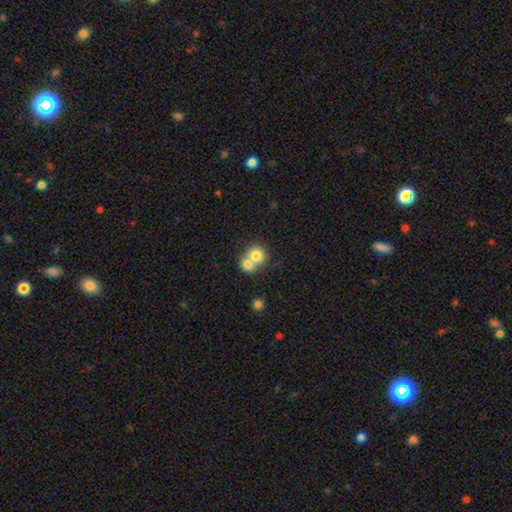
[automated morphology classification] Q: Smooth or featured?
A: smooth (75%); runner-up: featured or disk (16%)
Q: How rounded?
A: round (77%); runner-up: in between (22%)
Q: Merging?
A: merger (65%); runner-up: none (28%)